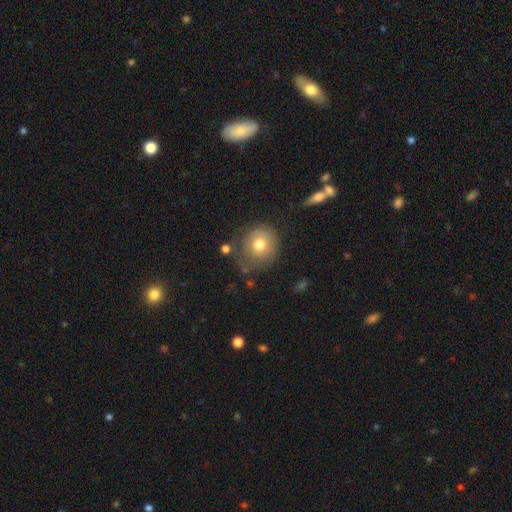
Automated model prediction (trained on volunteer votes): Smooth or featured? Predicted: smooth (p=0.68). How rounded? Predicted: round (p=0.87). Merging? Predicted: none (p=0.75).